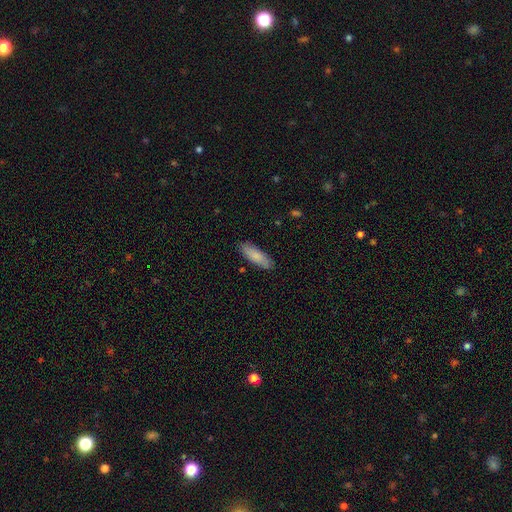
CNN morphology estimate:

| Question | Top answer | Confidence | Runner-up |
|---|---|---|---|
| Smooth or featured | smooth | 85% | featured or disk (9%) |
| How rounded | in between | 52% | cigar-shaped (46%) |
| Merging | none | 86% | minor disturbance (10%) |